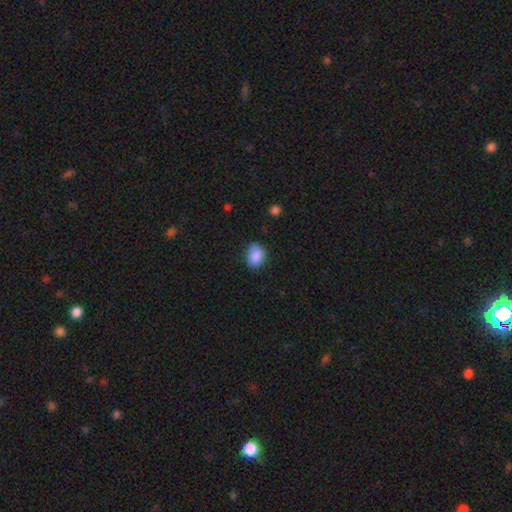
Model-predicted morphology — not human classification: This is clearly a smooth galaxy (87%). How rounded: likely in between (65%). Merging: likely none (73%).